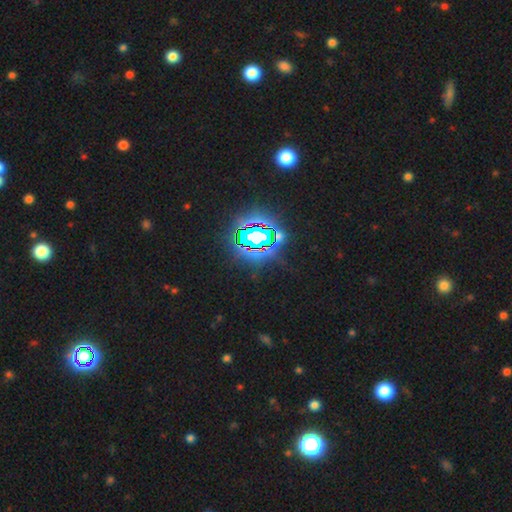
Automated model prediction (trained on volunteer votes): Smooth or featured? star or artifact (84%)